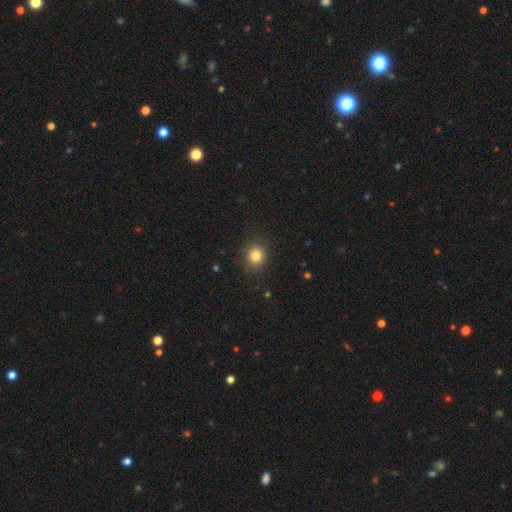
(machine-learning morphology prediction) Overall: smooth (82%). How rounded: round (84%). Merging: none (87%).